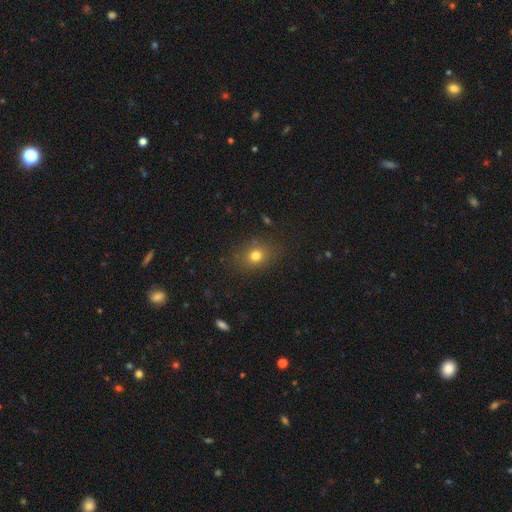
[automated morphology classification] Smooth or featured? smooth (76%)
How rounded? round (51%)
Merging? none (82%)